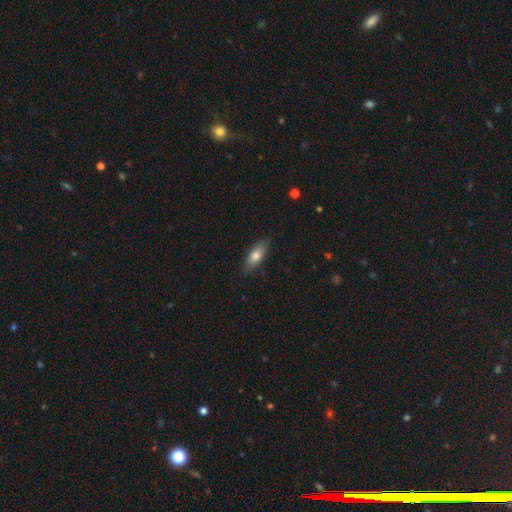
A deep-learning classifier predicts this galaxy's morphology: Q: Smooth or featured?
A: smooth (71%); runner-up: featured or disk (22%)
Q: How rounded?
A: in between (63%); runner-up: cigar-shaped (34%)
Q: Merging?
A: none (82%); runner-up: minor disturbance (14%)